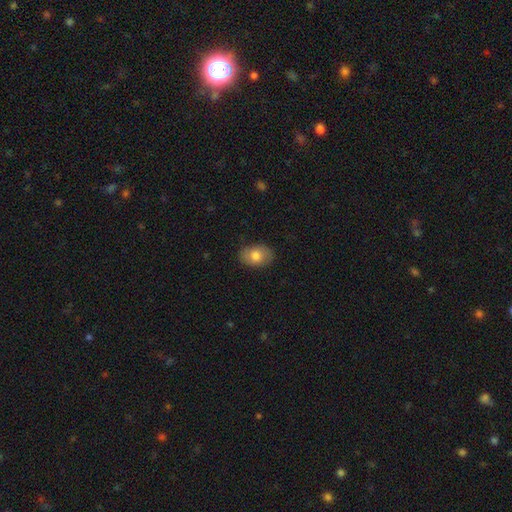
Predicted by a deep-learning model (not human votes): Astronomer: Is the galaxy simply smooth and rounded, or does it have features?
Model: smooth — 78%.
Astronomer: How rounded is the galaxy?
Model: in between — 80%.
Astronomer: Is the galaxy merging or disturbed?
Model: none — 84%.